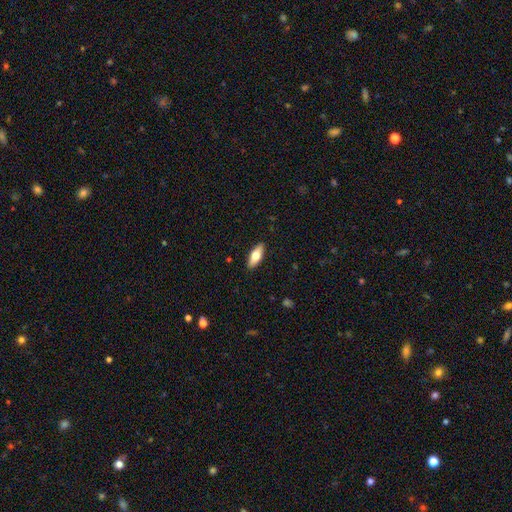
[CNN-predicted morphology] Smooth or featured? Predicted: smooth (p=0.66). How rounded? Predicted: in between (p=0.71). Merging? Predicted: none (p=0.90).